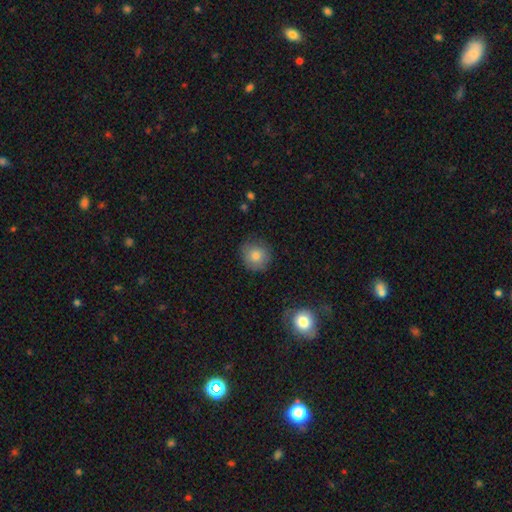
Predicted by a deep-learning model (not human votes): This is clearly a smooth galaxy (81%). How rounded: clearly round (91%). Merging: clearly none (82%).